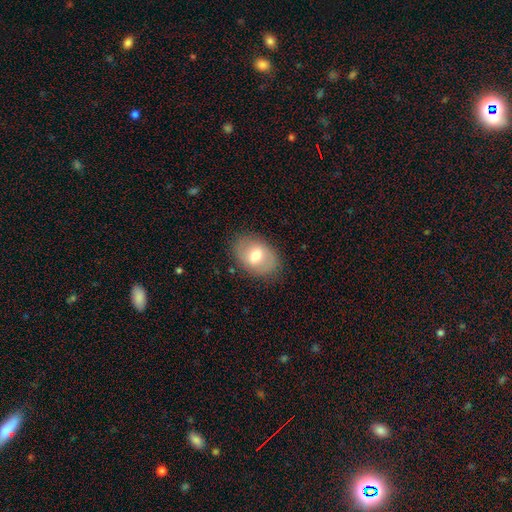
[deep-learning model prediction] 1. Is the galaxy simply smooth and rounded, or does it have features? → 62% smooth, 31% featured or disk, 7% star or artifact.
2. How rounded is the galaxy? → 78% in between, 20% round, 1% cigar-shaped.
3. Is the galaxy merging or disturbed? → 82% none, 13% minor disturbance, 4% major disturbance, 1% merger.